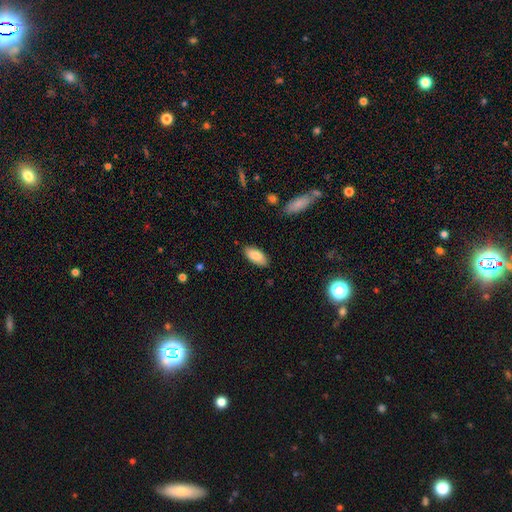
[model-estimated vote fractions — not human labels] Q: Smooth or featured?
A: smooth (85%); runner-up: featured or disk (9%)
Q: How rounded?
A: in between (89%); runner-up: cigar-shaped (9%)
Q: Merging?
A: none (85%); runner-up: minor disturbance (11%)